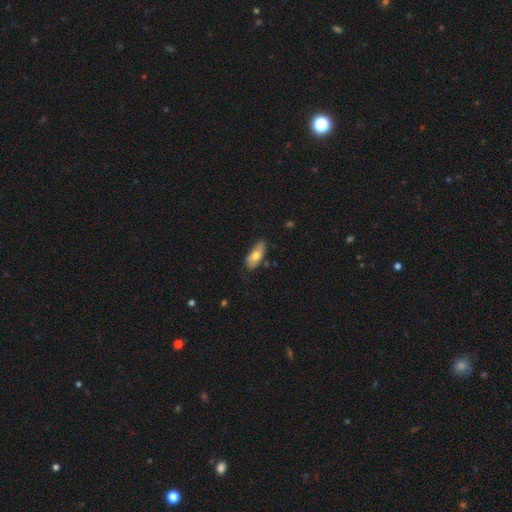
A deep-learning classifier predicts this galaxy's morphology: The model was most divided on "smooth or featured": smooth: 68%, featured or disk: 25%, star or artifact: 6%. More confident: how rounded — in between (78%); merging — none (74%).